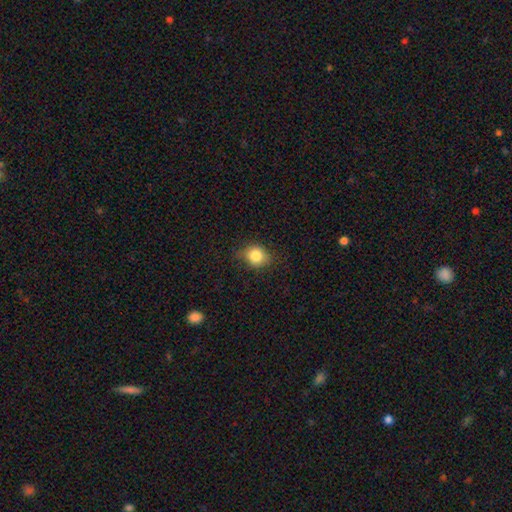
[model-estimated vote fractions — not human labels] Smooth or featured? smooth (83%)
How rounded? round (64%)
Merging? none (76%)